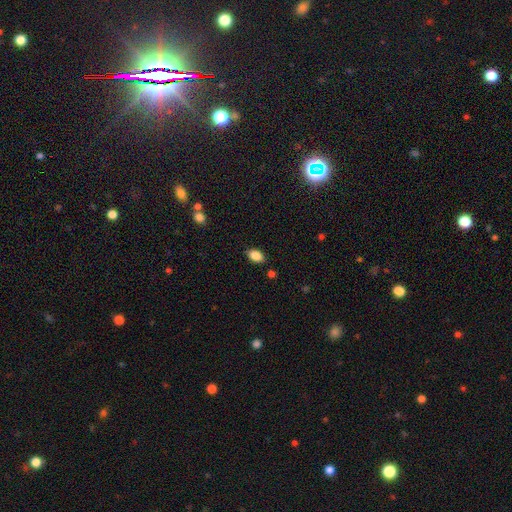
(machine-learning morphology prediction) Smooth or featured: smooth — 87% (star or artifact — 9%)
How rounded: in between — 87% (round — 11%)
Merging: none — 85% (minor disturbance — 11%)